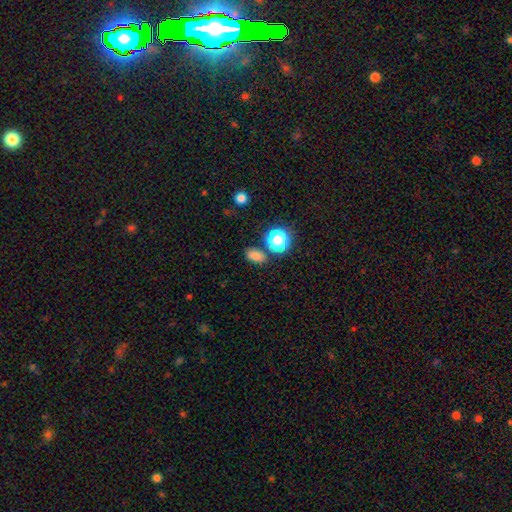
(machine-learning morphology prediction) The model was most divided on "how rounded": in between: 71%, round: 27%, cigar-shaped: 2%. More confident: smooth or featured — smooth (78%); merging — none (77%).